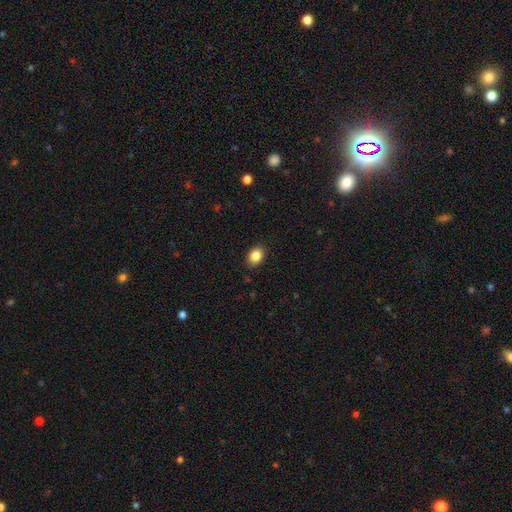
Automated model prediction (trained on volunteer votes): Smooth or featured?
  - smooth: 86% *
  - star or artifact: 9%
  - featured or disk: 5%
How rounded?
  - in between: 68% *
  - round: 31%
  - cigar-shaped: 1%
Merging?
  - none: 89% *
  - minor disturbance: 8%
  - major disturbance: 2%
  - merger: 1%